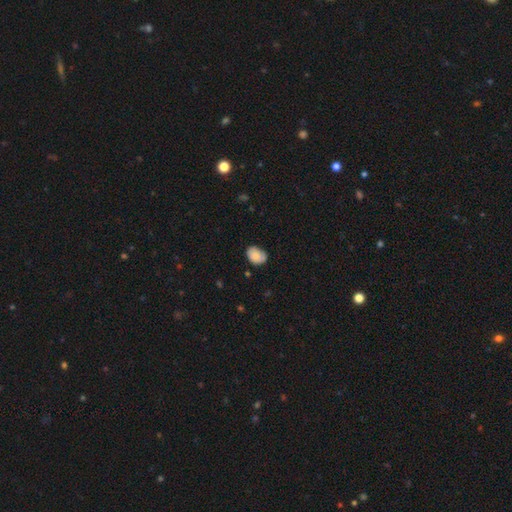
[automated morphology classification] A smooth galaxy with no disk features (77%) that is in between round and cigar-shaped (70%). Merging: none (64%).